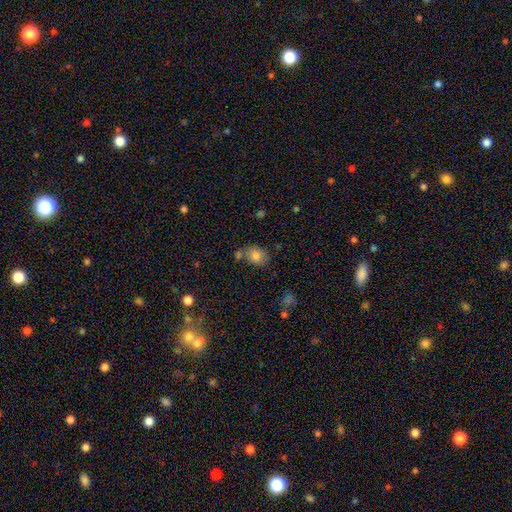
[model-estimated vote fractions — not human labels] This appears to be a smooth galaxy with no disk features (81%) that is in between round and cigar-shaped (52%). Merging: none (59%).